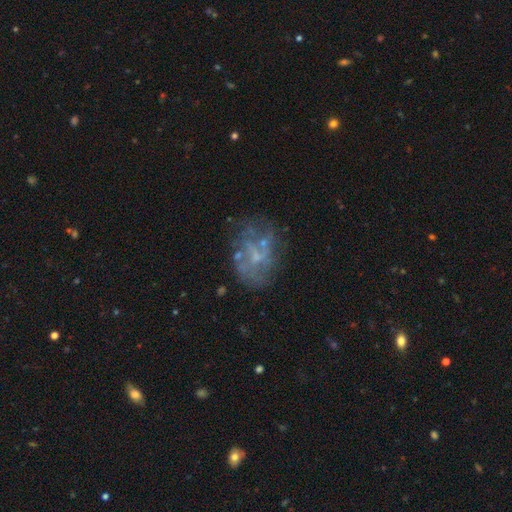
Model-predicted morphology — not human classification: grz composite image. It shows a featured or disk galaxy (65%) with no bar (72%), no spiral arms (66%) and a small central bulge (44%). Merging: none (53%).